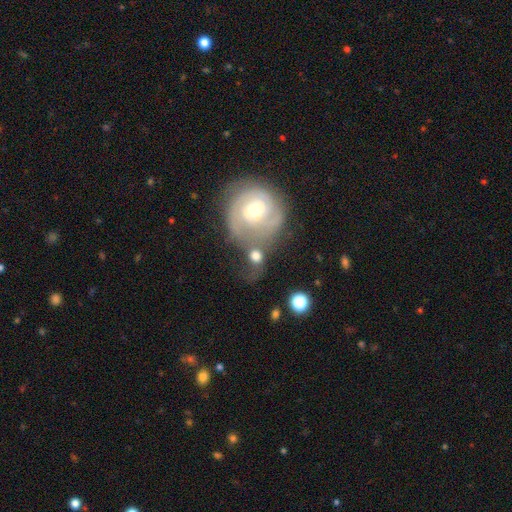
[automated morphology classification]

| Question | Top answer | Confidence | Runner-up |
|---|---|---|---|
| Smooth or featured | smooth | 50% | featured or disk (40%) |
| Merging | merger | 41% | none (31%) |